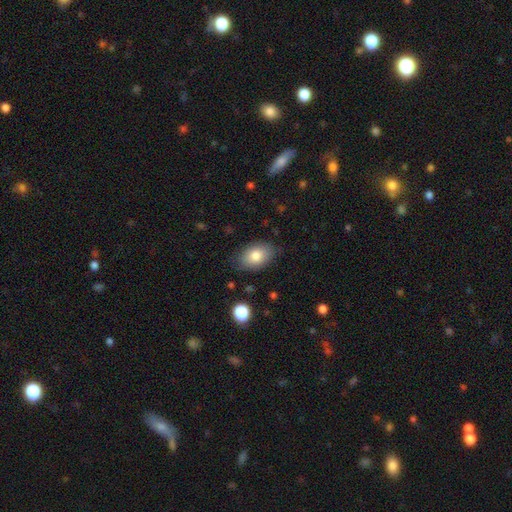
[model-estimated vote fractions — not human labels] smooth_or_featured: smooth (p=0.80) [alt: featured or disk p=0.12]
how_rounded: in between (p=0.88) [alt: round p=0.11]
merging: none (p=0.82) [alt: minor disturbance p=0.14]